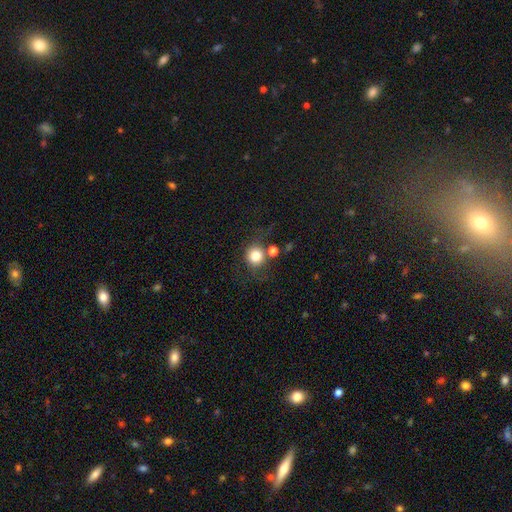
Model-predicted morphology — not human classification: Smooth or featured? smooth (79%)
How rounded? round (89%)
Merging? none (62%)